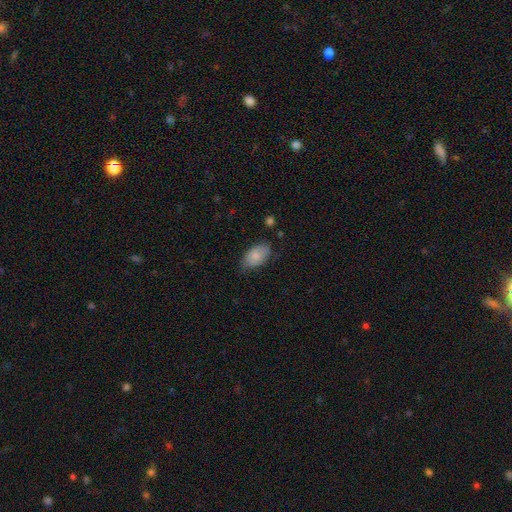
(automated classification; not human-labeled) A smooth galaxy with no disk features (80%) that is in between round and cigar-shaped (93%). Merging: none (67%).